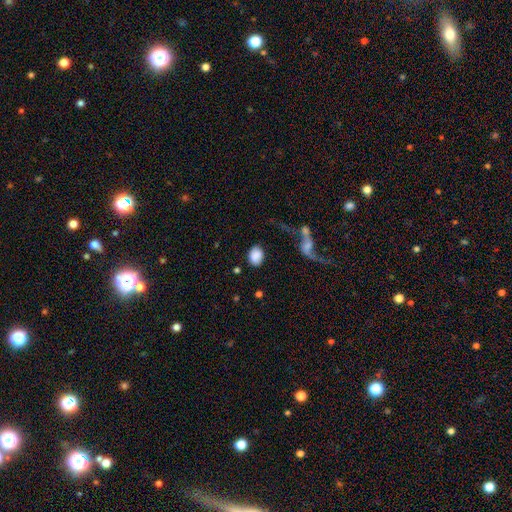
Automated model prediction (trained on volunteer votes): Smooth or featured? Predicted: smooth (p=0.82). How rounded? Predicted: in between (p=0.68). Merging? Predicted: none (p=0.71).